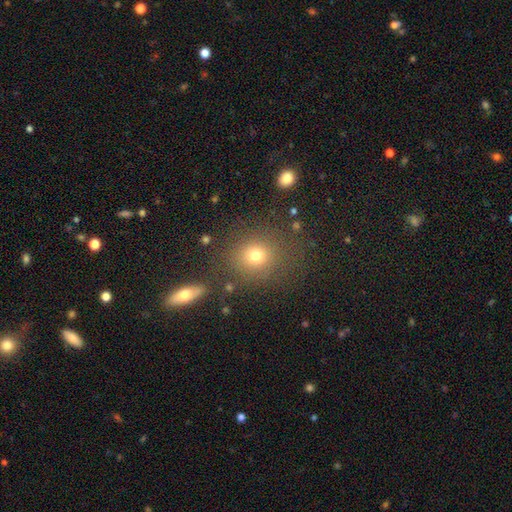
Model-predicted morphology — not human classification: Q: Smooth or featured?
A: smooth (73%); runner-up: star or artifact (16%)
Q: How rounded?
A: round (80%); runner-up: in between (19%)
Q: Merging?
A: none (80%); runner-up: minor disturbance (10%)